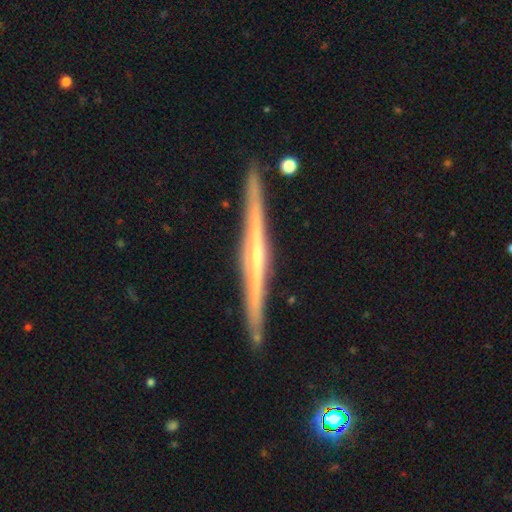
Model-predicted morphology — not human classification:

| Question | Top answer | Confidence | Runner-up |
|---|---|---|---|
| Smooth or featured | featured or disk | 79% | smooth (15%) |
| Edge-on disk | yes | 98% | no (2%) |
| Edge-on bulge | none | 48% | rounded (43%) |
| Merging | none | 91% | minor disturbance (7%) |